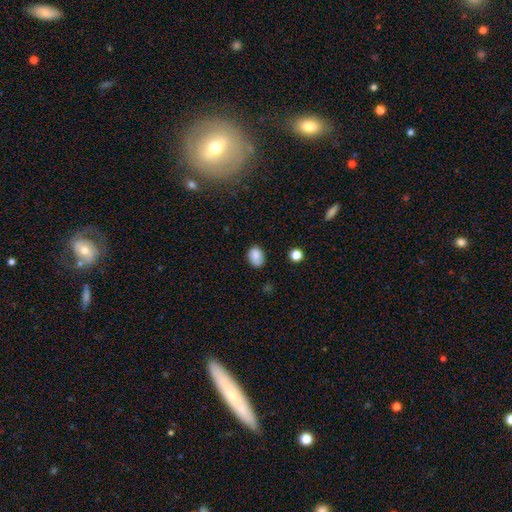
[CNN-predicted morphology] Smooth or featured?
  - smooth: 85% *
  - star or artifact: 9%
  - featured or disk: 6%
How rounded?
  - in between: 73% *
  - round: 26%
  - cigar-shaped: 1%
Merging?
  - none: 78% *
  - minor disturbance: 17%
  - major disturbance: 3%
  - merger: 2%